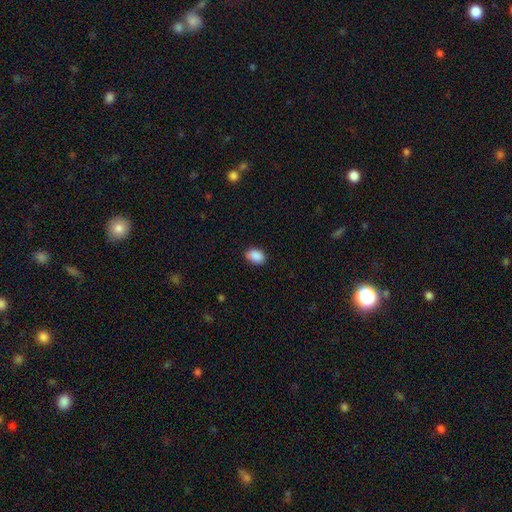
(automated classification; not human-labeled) Overall: smooth (90%). How rounded: in between (81%). Merging: none (83%).